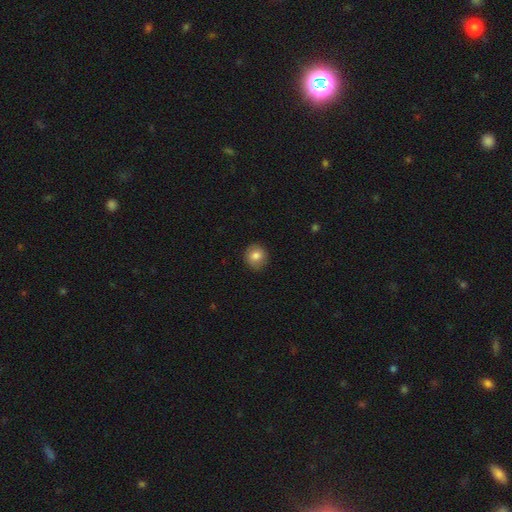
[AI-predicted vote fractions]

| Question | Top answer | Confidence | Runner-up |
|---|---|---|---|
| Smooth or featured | smooth | 82% | featured or disk (9%) |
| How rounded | round | 83% | in between (16%) |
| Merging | none | 87% | minor disturbance (10%) |